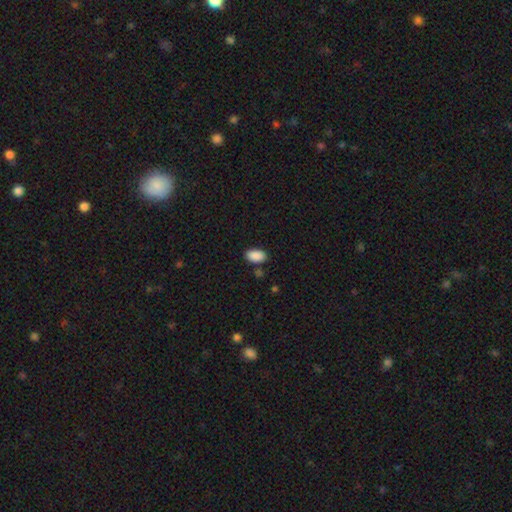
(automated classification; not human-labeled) Overall: smooth (90%). How rounded: in between (94%). Merging: none (84%).